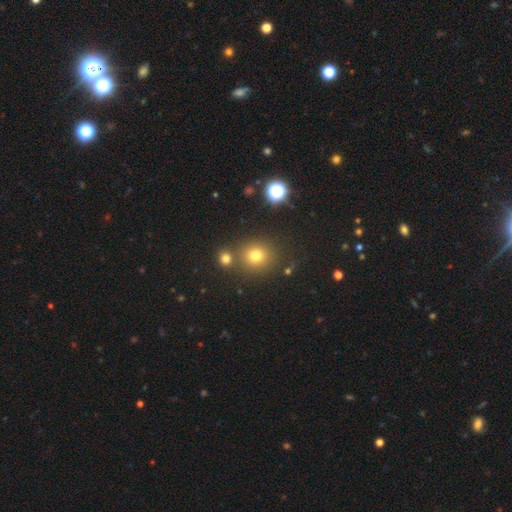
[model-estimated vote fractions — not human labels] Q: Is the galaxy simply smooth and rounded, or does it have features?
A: smooth — 73%.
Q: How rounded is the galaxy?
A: round — 86%.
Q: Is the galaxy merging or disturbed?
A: none — 77%.